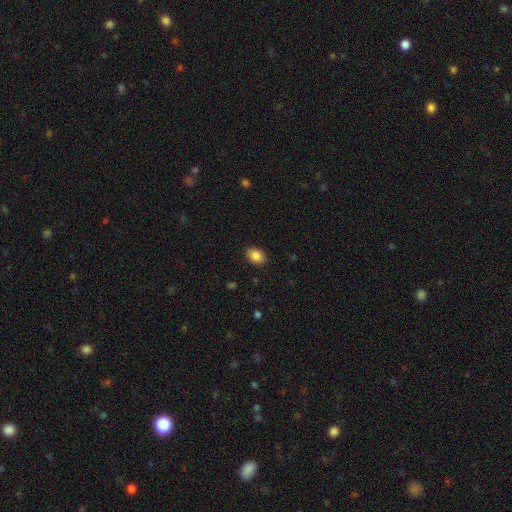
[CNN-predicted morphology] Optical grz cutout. It shows a smooth galaxy with no disk features (88%) that is in between round and cigar-shaped (71%). Merging: none (89%).